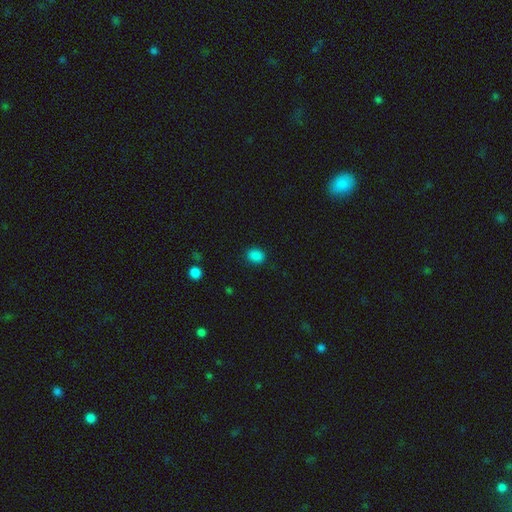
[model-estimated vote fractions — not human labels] This appears to be a smooth galaxy with no disk features (86%) that is in between round and cigar-shaped (56%). Merging: none (88%).